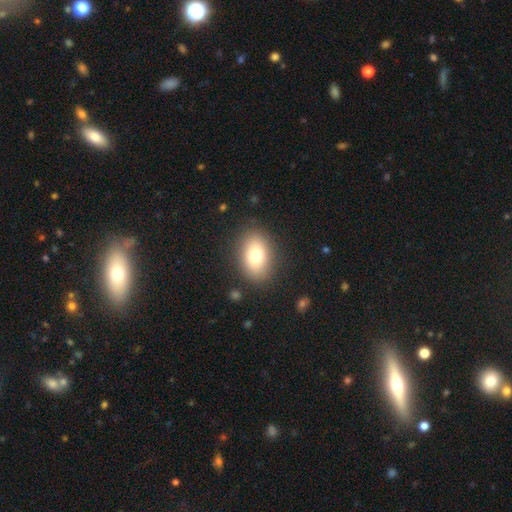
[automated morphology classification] A smooth galaxy with no disk features (77%) that is in between round and cigar-shaped (84%). Merging: none (85%).